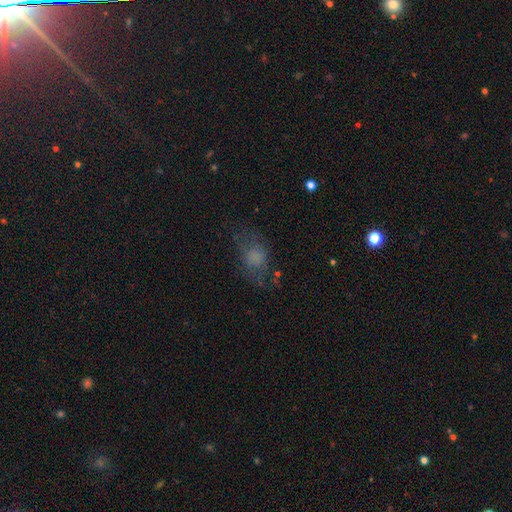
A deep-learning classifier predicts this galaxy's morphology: smooth 53%, featured or disk 27%, star or artifact 20%. Down the decision tree: how rounded — in between (67%); merging — none (59%).